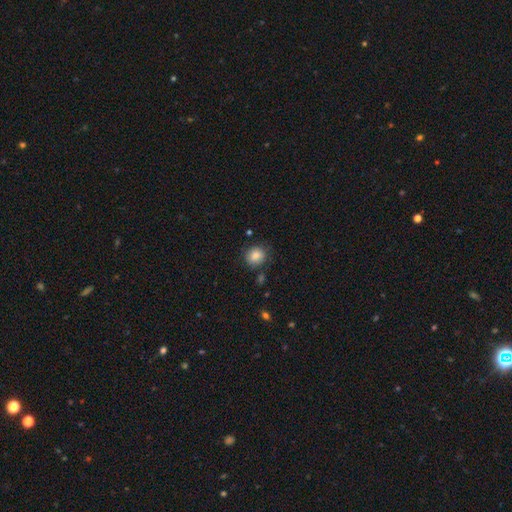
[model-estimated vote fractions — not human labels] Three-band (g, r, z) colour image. It shows a smooth galaxy with no disk features (85%) that is round (81%). Merging: none (78%).